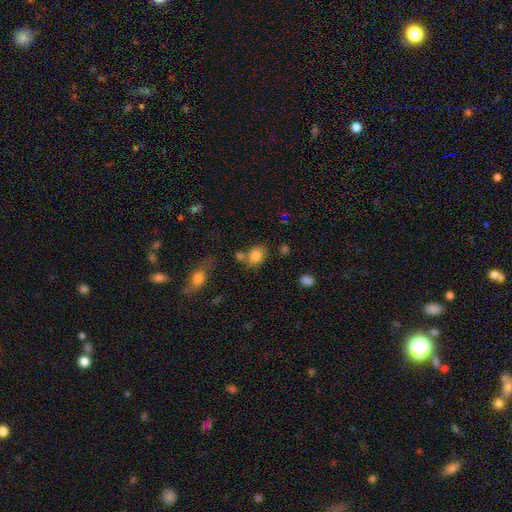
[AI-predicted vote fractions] Smooth or featured: smooth — 83% (star or artifact — 9%)
How rounded: in between — 58% (round — 41%)
Merging: none — 58% (merger — 20%)